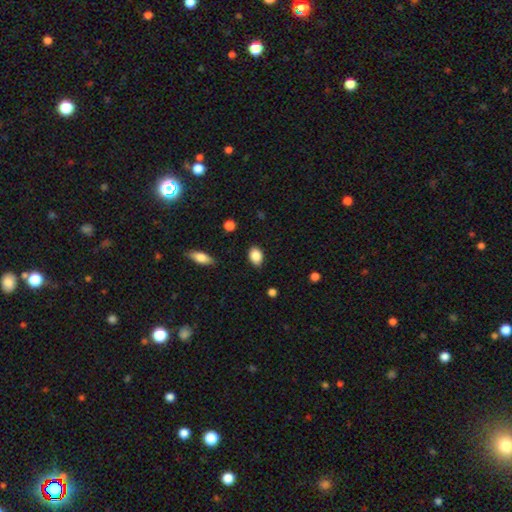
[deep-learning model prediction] Overall: smooth (87%). How rounded: in between (81%). Merging: none (84%).